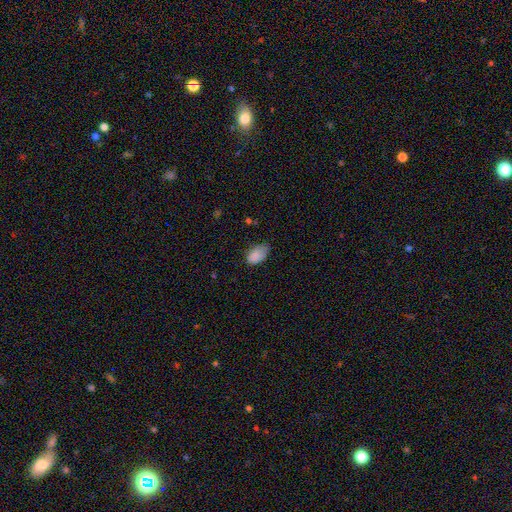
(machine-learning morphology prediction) Smooth or featured? Predicted: smooth (p=0.84). How rounded? Predicted: in between (p=0.91). Merging? Predicted: none (p=0.45).